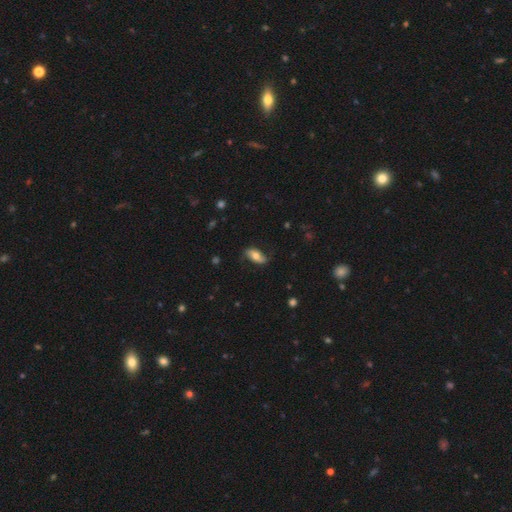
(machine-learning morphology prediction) Overall: smooth (48%; featured or disk 45%). Merging: none (72%).